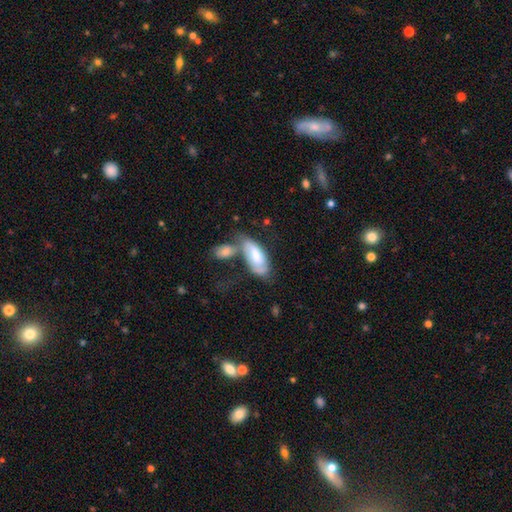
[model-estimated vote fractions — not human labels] smooth-or-featured: smooth: 59% | featured or disk: 35% | star or artifact: 6%
  how-rounded: in between: 85% | cigar-shaped: 13% | round: 2%
  merging: merger: 42% | none: 30% | minor disturbance: 18% | major disturbance: 11%